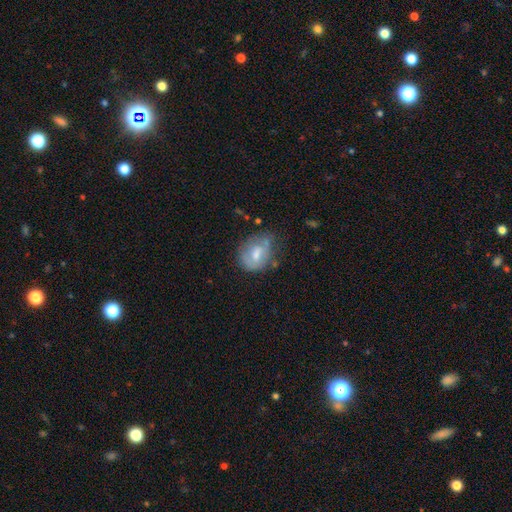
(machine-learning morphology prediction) smooth_or_featured: smooth (p=0.48) [alt: featured or disk p=0.43]
merging: none (p=0.48) [alt: minor disturbance p=0.34]